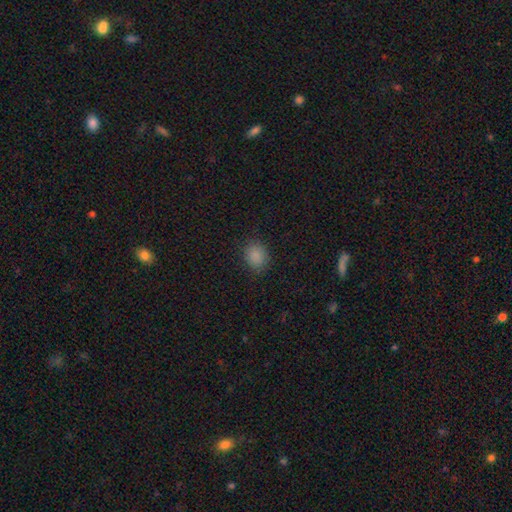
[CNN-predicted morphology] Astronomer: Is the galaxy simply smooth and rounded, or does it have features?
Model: smooth — 86%.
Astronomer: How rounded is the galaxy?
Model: round — 53% (runner-up: in between, 46%).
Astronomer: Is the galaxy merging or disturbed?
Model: none — 84%.